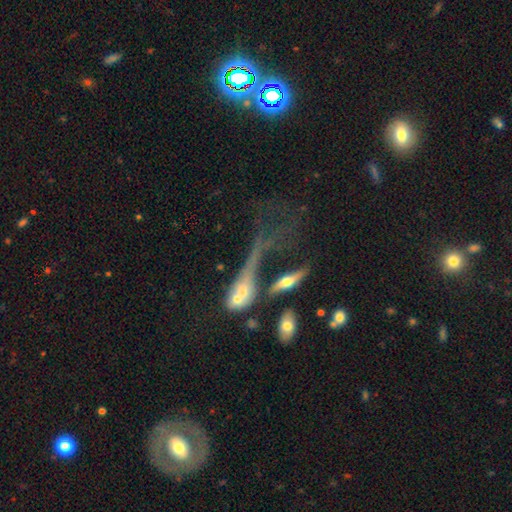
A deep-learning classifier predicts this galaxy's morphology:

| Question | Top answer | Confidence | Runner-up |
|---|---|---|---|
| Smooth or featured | featured or disk | 46% | smooth (31%) |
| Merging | major disturbance | 34% | merger (30%) |